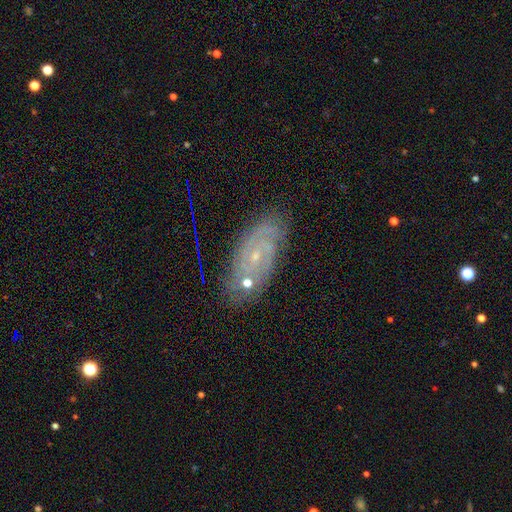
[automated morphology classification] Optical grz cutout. It shows a featured or disk galaxy (77%) with no bar (69%), 2 (36%) tight (65%) spiral arms (93%) and a small central bulge (81%). Merging: none (75%).